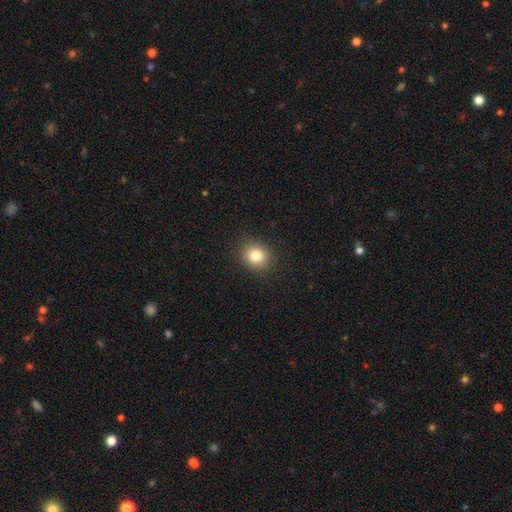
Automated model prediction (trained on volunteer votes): The model was most divided on "how rounded": round: 75%, in between: 24%, cigar-shaped: 1%. More confident: merging — none (90%); smooth or featured — smooth (81%).